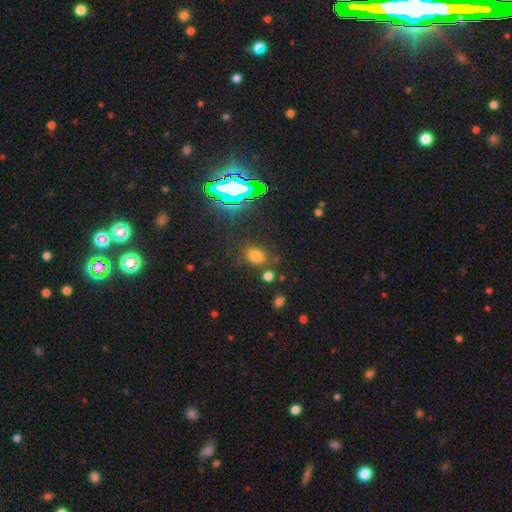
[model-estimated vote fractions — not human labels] Q: Smooth or featured?
A: smooth (65%); runner-up: star or artifact (28%)
Q: How rounded?
A: in between (53%); runner-up: round (45%)
Q: Merging?
A: none (79%); runner-up: minor disturbance (11%)